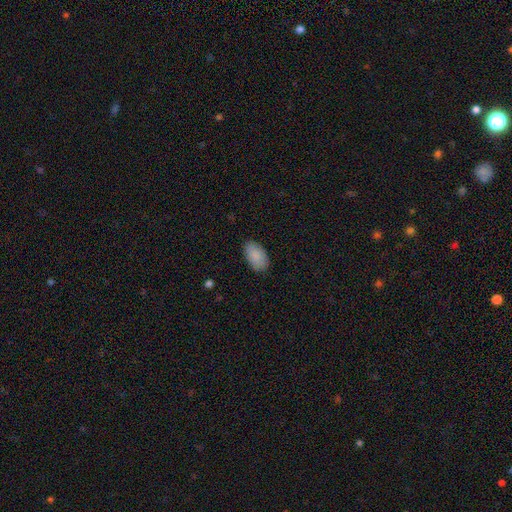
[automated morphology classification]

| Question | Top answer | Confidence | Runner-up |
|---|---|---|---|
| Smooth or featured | smooth | 89% | star or artifact (6%) |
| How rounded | in between | 95% | round (4%) |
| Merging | none | 85% | minor disturbance (11%) |